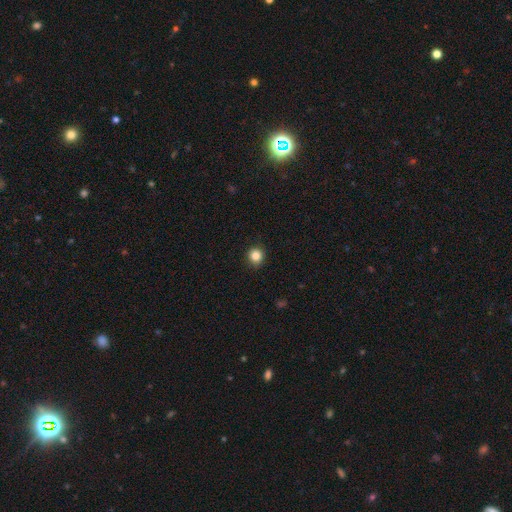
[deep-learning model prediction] smooth_or_featured: smooth (p=0.85) [alt: star or artifact p=0.11]
how_rounded: round (p=0.92) [alt: in between p=0.07]
merging: none (p=0.89) [alt: minor disturbance p=0.08]